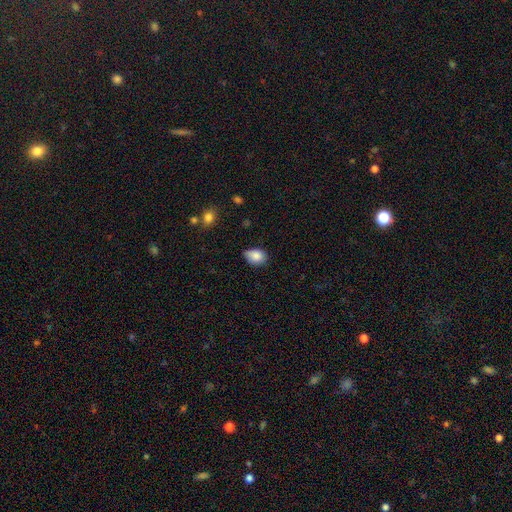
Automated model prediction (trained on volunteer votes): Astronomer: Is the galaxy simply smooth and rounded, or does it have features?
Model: smooth — 86%.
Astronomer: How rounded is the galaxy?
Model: in between — 74%.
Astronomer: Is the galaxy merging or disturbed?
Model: none — 63%.